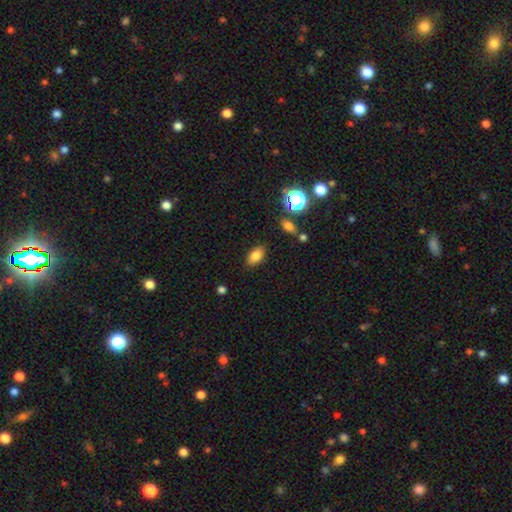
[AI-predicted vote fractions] Morphology: type=smooth (81%); roundness=in between (90%); merging=none (85%).